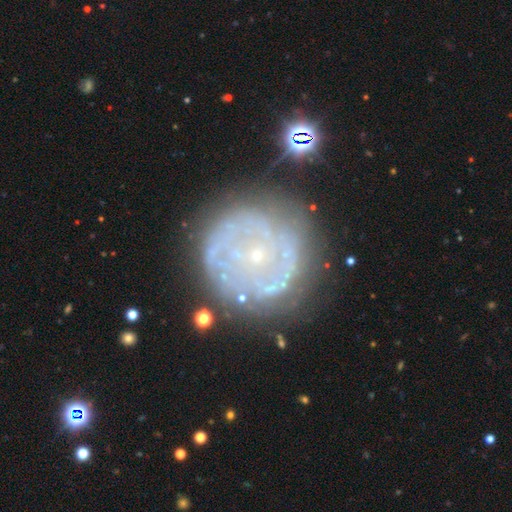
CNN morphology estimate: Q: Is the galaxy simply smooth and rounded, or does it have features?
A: featured or disk — 73%.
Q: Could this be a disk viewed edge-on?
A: no — 97%.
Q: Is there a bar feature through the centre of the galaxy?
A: no — 77%.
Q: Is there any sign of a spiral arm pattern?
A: yes — 66%.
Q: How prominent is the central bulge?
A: small — 87%.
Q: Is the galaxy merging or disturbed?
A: none — 72%.